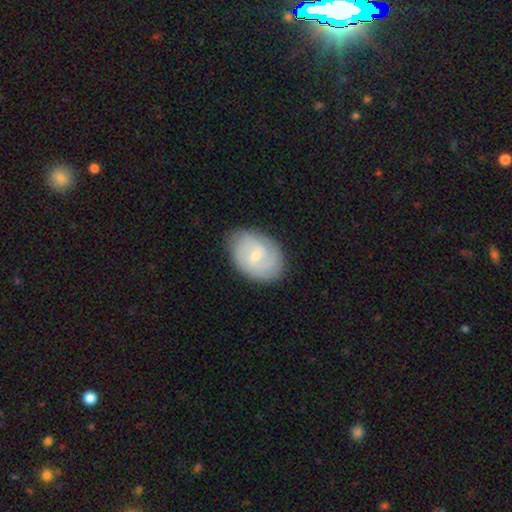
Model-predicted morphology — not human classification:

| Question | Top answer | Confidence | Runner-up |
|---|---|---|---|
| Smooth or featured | featured or disk | 66% | smooth (28%) |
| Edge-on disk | no | 97% | yes (3%) |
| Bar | weak | 53% | no (38%) |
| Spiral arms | yes | 89% | no (11%) |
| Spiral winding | tight | 46% | medium (40%) |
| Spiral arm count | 2 | 56% | can't tell (23%) |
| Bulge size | small | 68% | moderate (28%) |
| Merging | none | 80% | minor disturbance (15%) |